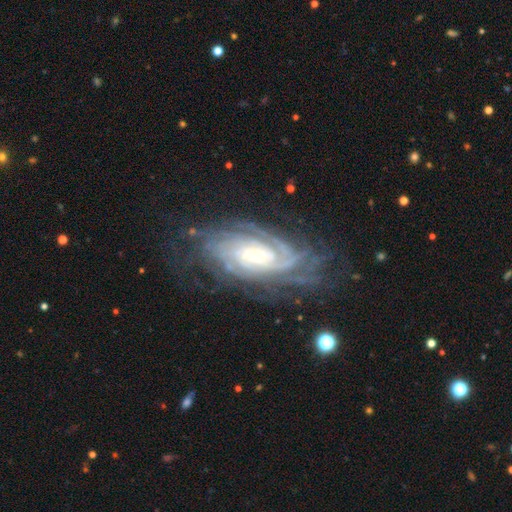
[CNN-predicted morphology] Overall: featured or disk (89%). Edge-on disk: no (94%). Bar: no (58%; weak 30%). Spiral arms: yes (98%). Spiral arm count: can't tell (31%; 4 20%). Spiral winding: tight (76%). Bulge size: small (54%; moderate 35%). Merging: none (70%).